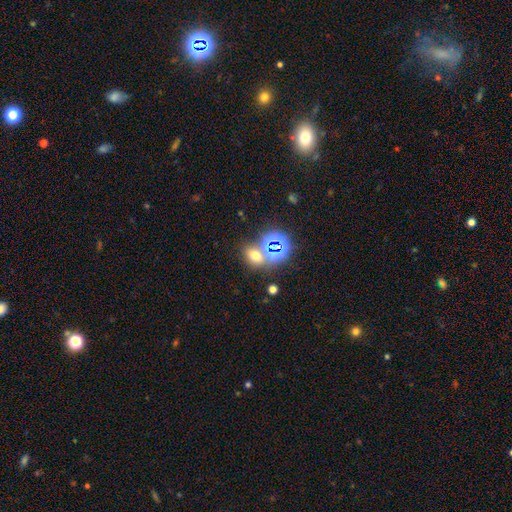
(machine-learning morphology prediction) This appears to be a smooth galaxy with no disk features (57%) that is in between round and cigar-shaped (57%). Merging: none (65%).